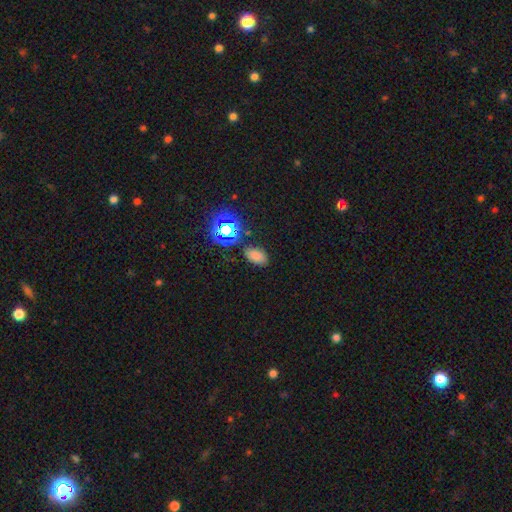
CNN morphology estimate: smooth 71%, star or artifact 23%, featured or disk 6%. Down the decision tree: how rounded — in between (89%); merging — none (82%).